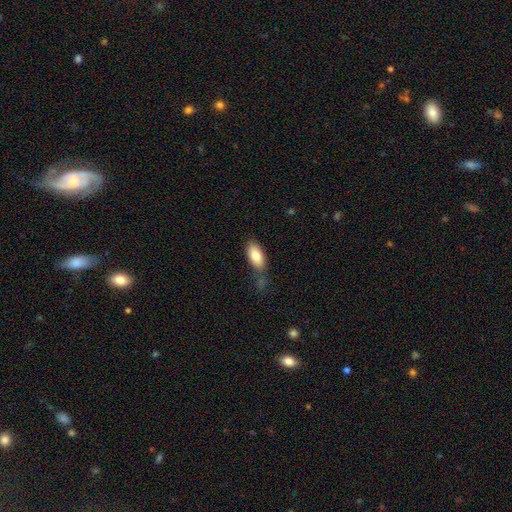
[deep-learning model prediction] Smooth or featured?
  - smooth: 82% *
  - featured or disk: 12%
  - star or artifact: 7%
How rounded?
  - in between: 87% *
  - cigar-shaped: 10%
  - round: 3%
Merging?
  - none: 61% *
  - minor disturbance: 23%
  - merger: 9%
  - major disturbance: 7%